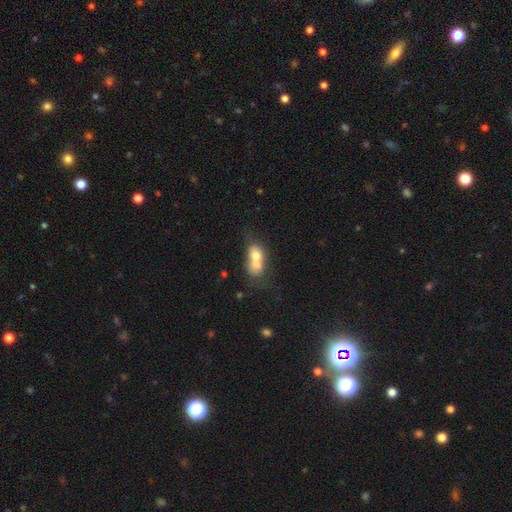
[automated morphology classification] smooth 64%, featured or disk 27%, star or artifact 9%. Down the decision tree: how rounded — in between (59%); merging — merger (75%).